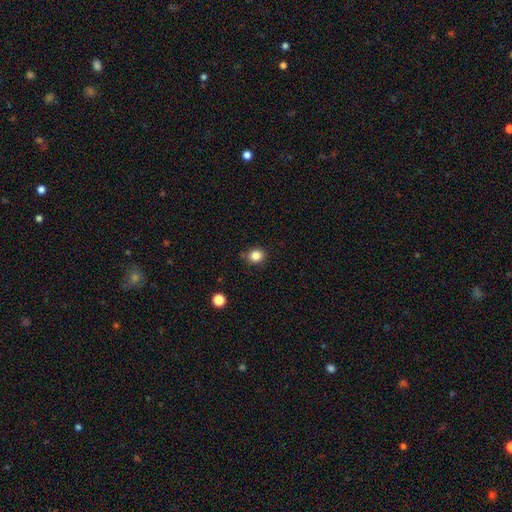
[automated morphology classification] Q: Smooth or featured?
A: smooth (84%); runner-up: star or artifact (12%)
Q: How rounded?
A: round (78%); runner-up: in between (21%)
Q: Merging?
A: none (84%); runner-up: minor disturbance (11%)